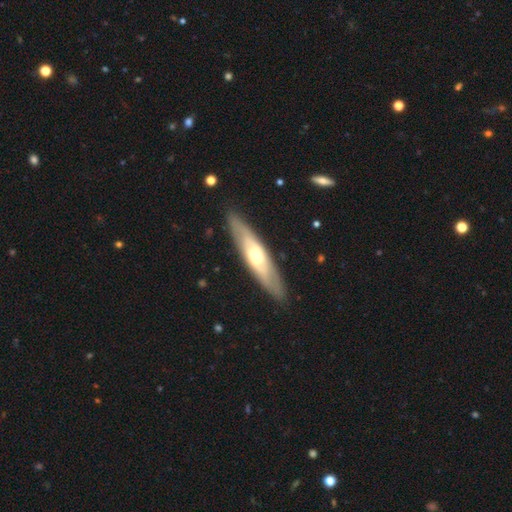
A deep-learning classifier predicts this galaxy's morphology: Q: Smooth or featured?
A: featured or disk (60%); runner-up: smooth (35%)
Q: Edge-on disk?
A: yes (56%); runner-up: no (44%)
Q: Merging?
A: none (87%); runner-up: minor disturbance (9%)